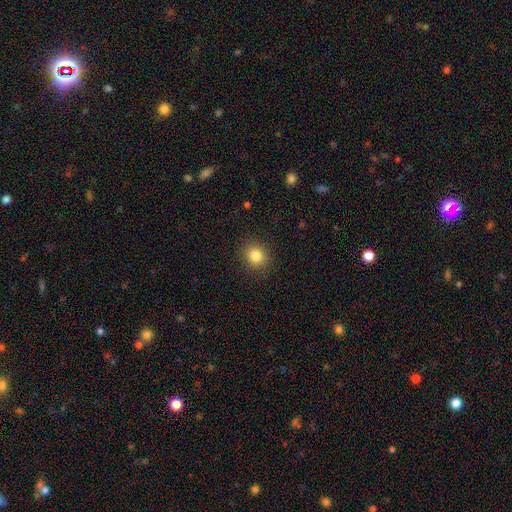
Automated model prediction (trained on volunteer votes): Smooth or featured? Predicted: smooth (p=0.83). How rounded? Predicted: round (p=0.81). Merging? Predicted: none (p=0.90).